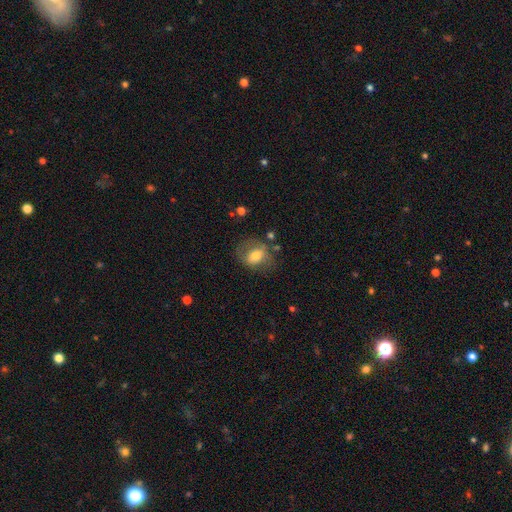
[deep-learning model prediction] A smooth galaxy with no disk features (57%) that is in between round and cigar-shaped (56%).

Vote fractions:
- Smooth or featured? smooth: 57% / featured or disk: 34% / star or artifact: 9%
- How rounded? in between: 56% / round: 42% / cigar-shaped: 2%
- Merging? none: 55% / minor disturbance: 23% / major disturbance: 17% / merger: 5%